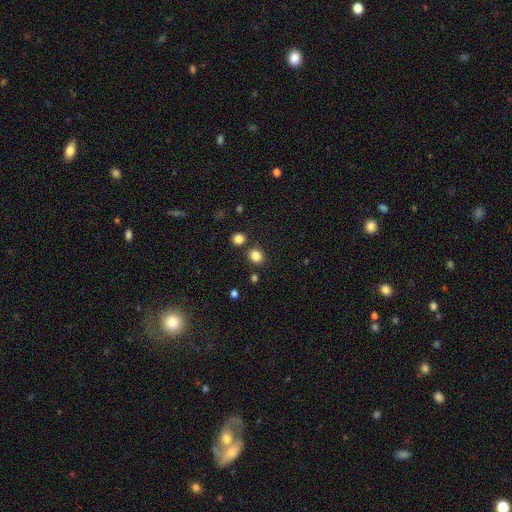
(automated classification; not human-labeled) A smooth galaxy with no disk features (84%) that is round (52%).

Vote fractions:
- Smooth or featured? smooth: 84% / star or artifact: 12% / featured or disk: 4%
- How rounded? round: 52% / in between: 47% / cigar-shaped: 1%
- Merging? none: 76% / merger: 10% / minor disturbance: 10% / major disturbance: 3%